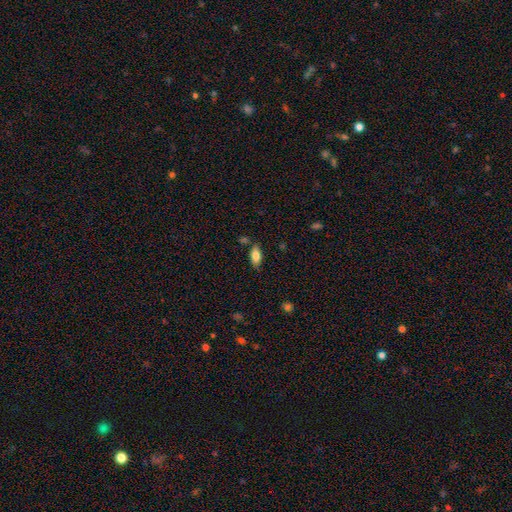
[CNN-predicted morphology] smooth 80%, featured or disk 13%, star or artifact 7%. Down the decision tree: how rounded — in between (87%); merging — none (77%).